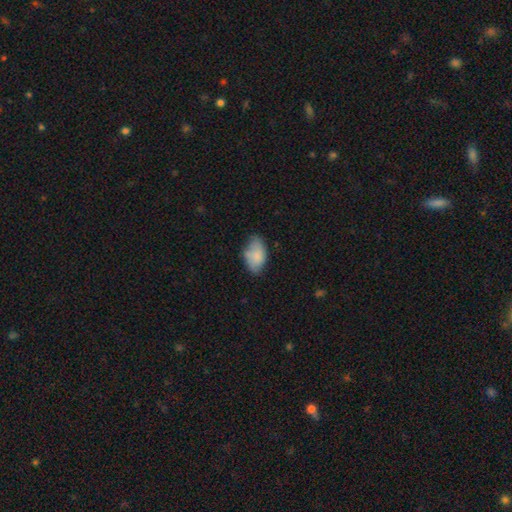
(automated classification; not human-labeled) The model was most divided on "merging": none: 56%, minor disturbance: 34%, major disturbance: 8%, merger: 3%. More confident: how rounded — in between (92%); smooth or featured — smooth (81%).